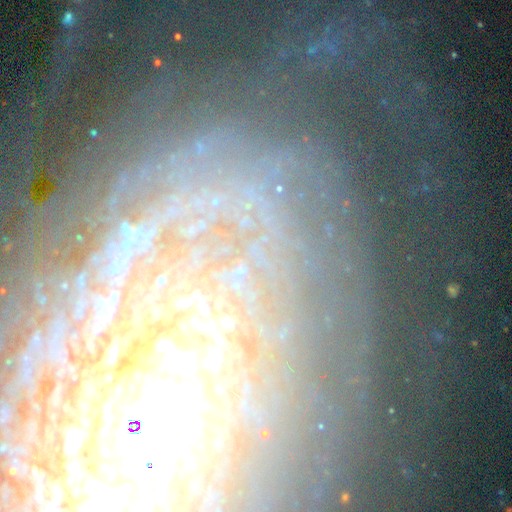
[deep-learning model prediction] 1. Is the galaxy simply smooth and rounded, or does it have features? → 53% featured or disk, 33% star or artifact, 15% smooth.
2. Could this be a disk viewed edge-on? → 88% no, 12% yes.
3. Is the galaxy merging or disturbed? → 70% none, 14% minor disturbance, 12% major disturbance, 4% merger.